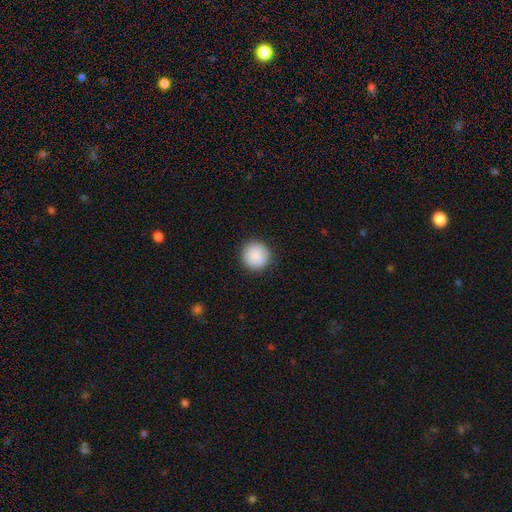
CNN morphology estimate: This appears to be a smooth galaxy with no disk features (90%) that is round (96%). Merging: none (92%).